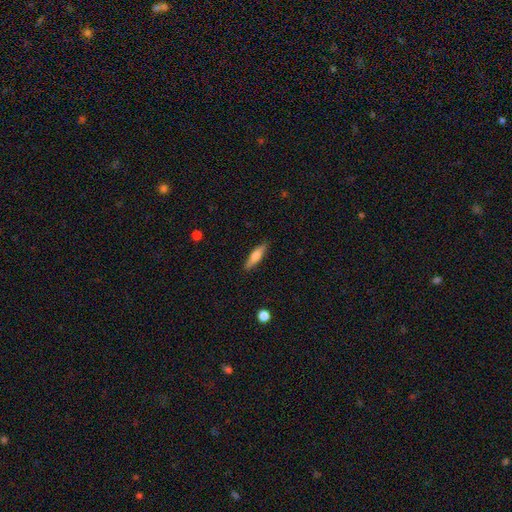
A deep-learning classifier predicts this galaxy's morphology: smooth_or_featured: smooth (p=0.66) [alt: featured or disk p=0.28]
how_rounded: cigar-shaped (p=0.72) [alt: in between p=0.26]
merging: none (p=0.86) [alt: minor disturbance p=0.10]